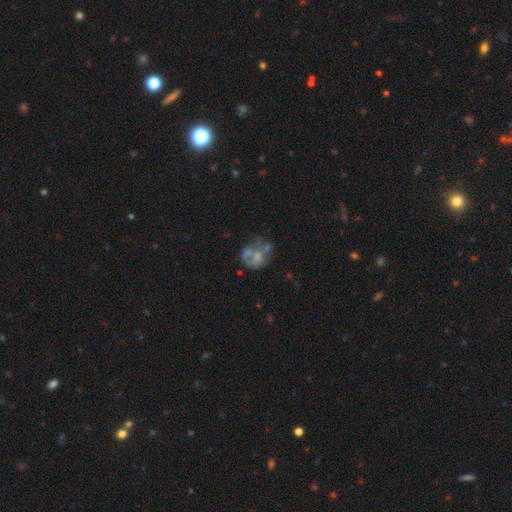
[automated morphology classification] A featured or disk galaxy (52%) with no bar (90%), no spiral arms (90%) and no central bulge (57%).

Vote fractions:
- Smooth or featured? featured or disk: 52% / smooth: 35% / star or artifact: 13%
- Edge-on disk? no: 98% / yes: 2%
- Bar? no: 90% / weak: 8% / strong: 2%
- Spiral arms? no: 90% / yes: 10%
- Bulge size? none: 57% / moderate: 21% / small: 17% / large: 4% / dominant: 1%
- Merging? none: 34% / major disturbance: 28% / minor disturbance: 19% / merger: 18%